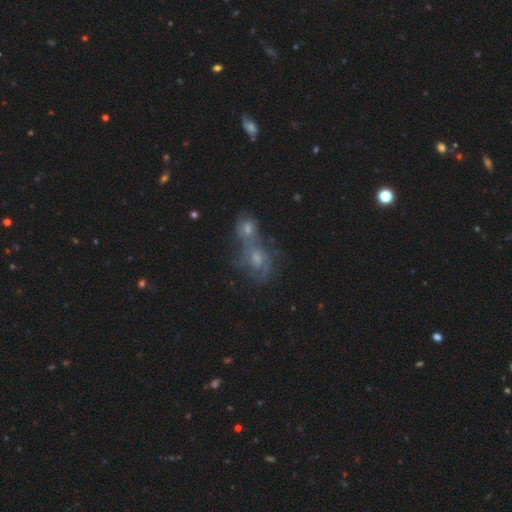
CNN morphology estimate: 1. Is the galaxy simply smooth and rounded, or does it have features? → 48% featured or disk, 28% smooth, 24% star or artifact.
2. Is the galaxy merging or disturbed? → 56% merger, 29% none, 9% minor disturbance, 7% major disturbance.